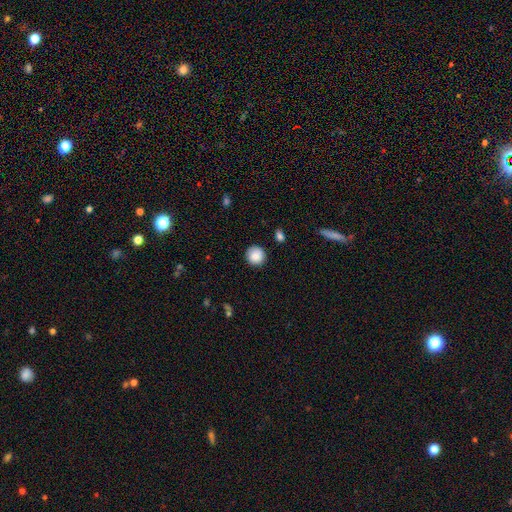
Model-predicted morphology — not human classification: Q: Smooth or featured?
A: smooth (88%); runner-up: star or artifact (8%)
Q: How rounded?
A: round (94%); runner-up: in between (6%)
Q: Merging?
A: none (89%); runner-up: minor disturbance (8%)